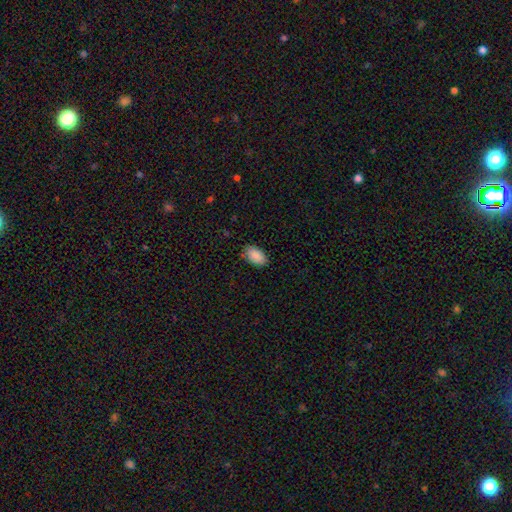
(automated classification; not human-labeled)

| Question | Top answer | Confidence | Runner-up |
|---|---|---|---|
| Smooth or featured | smooth | 89% | star or artifact (7%) |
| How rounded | in between | 94% | round (4%) |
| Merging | none | 84% | minor disturbance (13%) |